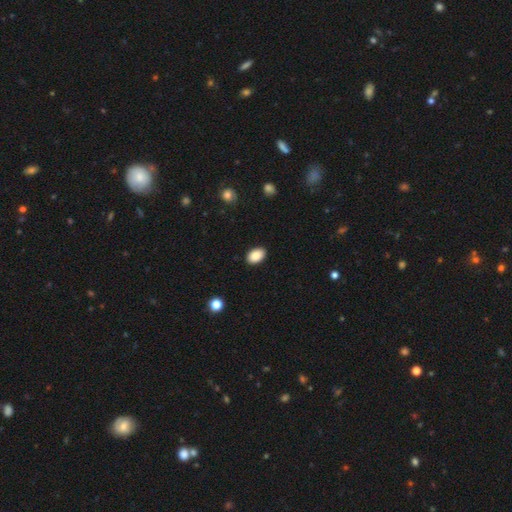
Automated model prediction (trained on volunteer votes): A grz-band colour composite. It shows a smooth galaxy with no disk features (89%) that is in between round and cigar-shaped (89%). Merging: none (89%).